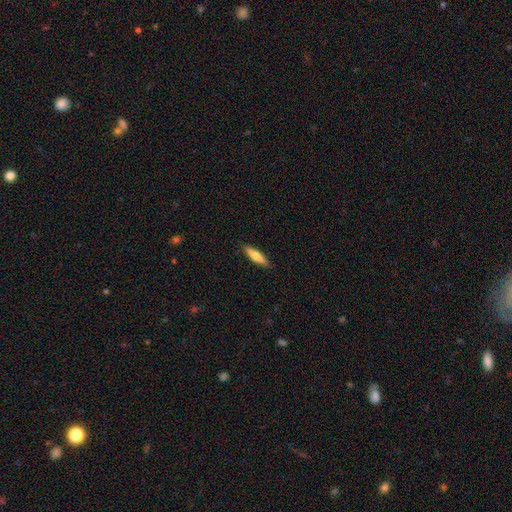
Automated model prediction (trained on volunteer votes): smooth-or-featured: smooth: 72% | featured or disk: 23% | star or artifact: 6%
  how-rounded: cigar-shaped: 70% | in between: 29% | round: 2%
  merging: none: 89% | minor disturbance: 8% | major disturbance: 2% | merger: 1%